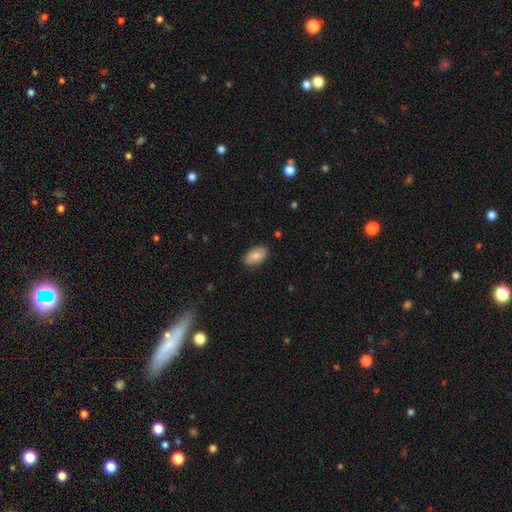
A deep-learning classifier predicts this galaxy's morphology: smooth-or-featured: smooth: 80% | featured or disk: 14% | star or artifact: 6%
  how-rounded: in between: 93% | round: 5% | cigar-shaped: 2%
  merging: none: 84% | minor disturbance: 13% | major disturbance: 2% | merger: 1%